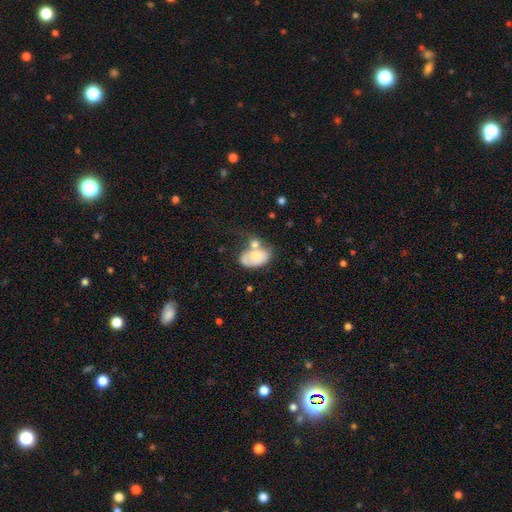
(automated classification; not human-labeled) Morphology: type=smooth (65%); roundness=in between (89%); merging=merger (41%).